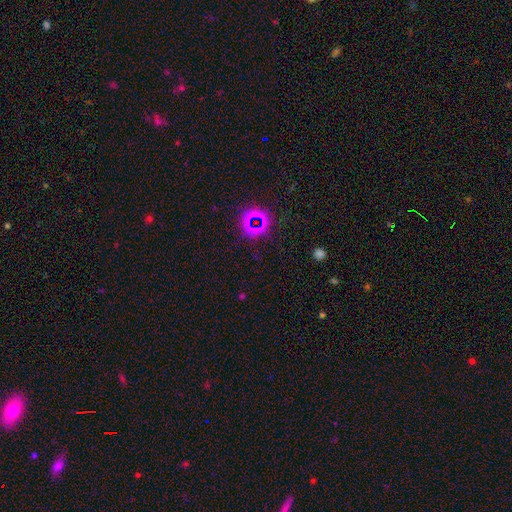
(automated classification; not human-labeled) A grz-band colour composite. It shows a star or artifact, not a galaxy (70%).